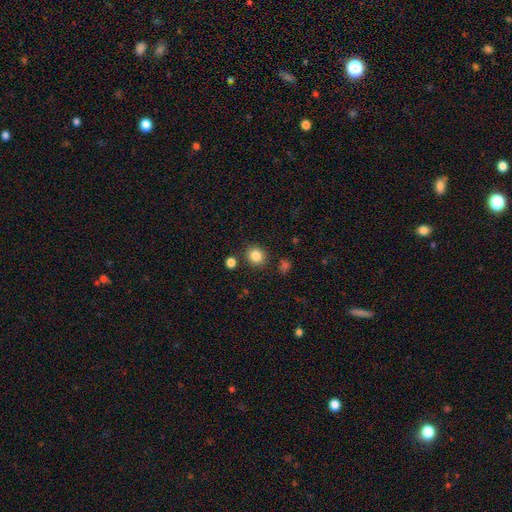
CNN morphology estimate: Q: Smooth or featured?
A: smooth (84%); runner-up: star or artifact (11%)
Q: How rounded?
A: round (85%); runner-up: in between (14%)
Q: Merging?
A: none (86%); runner-up: minor disturbance (7%)